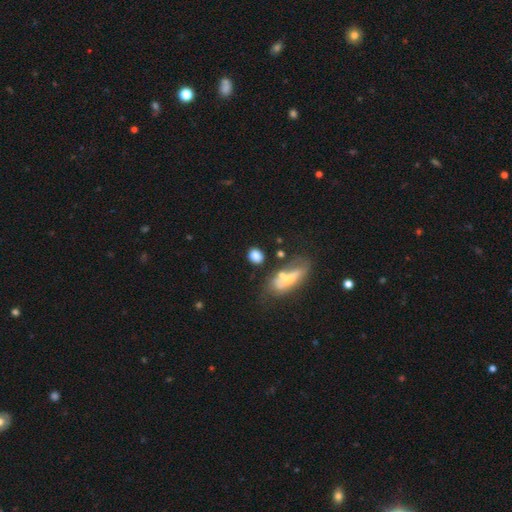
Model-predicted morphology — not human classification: smooth-or-featured: smooth: 80% | featured or disk: 11% | star or artifact: 10%
  how-rounded: round: 55% | in between: 41% | cigar-shaped: 4%
  merging: none: 70% | minor disturbance: 15% | merger: 9% | major disturbance: 6%